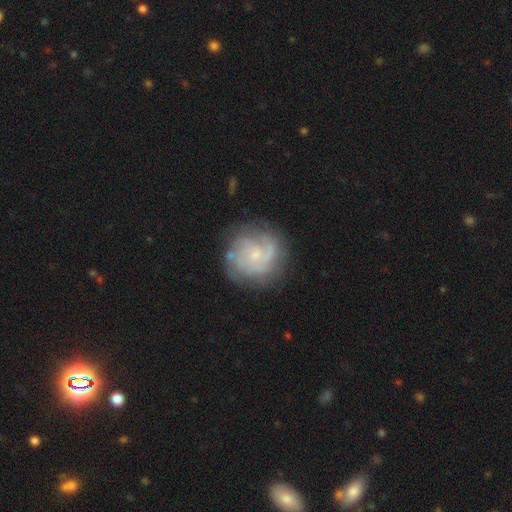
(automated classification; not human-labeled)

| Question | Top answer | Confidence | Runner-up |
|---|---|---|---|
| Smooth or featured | featured or disk | 76% | smooth (17%) |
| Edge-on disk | no | 98% | yes (2%) |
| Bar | no | 72% | weak (24%) |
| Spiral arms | yes | 91% | no (9%) |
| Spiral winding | tight | 53% | medium (35%) |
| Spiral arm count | can't tell | 34% | 2 (24%) |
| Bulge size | small | 76% | moderate (15%) |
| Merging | none | 73% | minor disturbance (17%) |